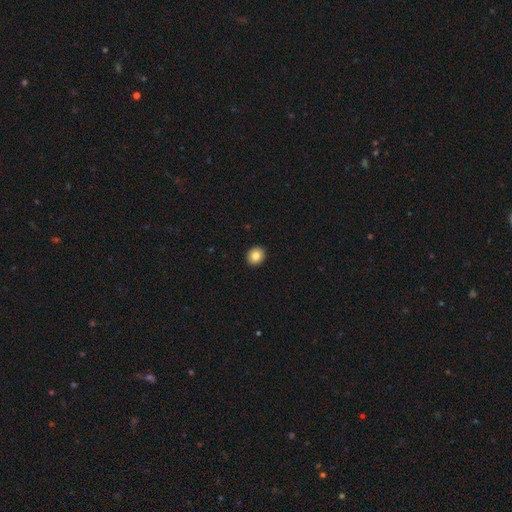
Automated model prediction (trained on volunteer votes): This appears to be a smooth galaxy with no disk features (85%) that is round (78%). Merging: none (93%).